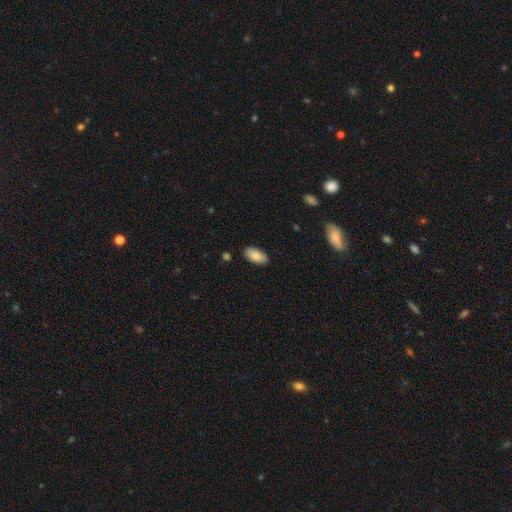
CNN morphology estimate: type=smooth (85%); roundness=in between (94%); merging=none (87%).